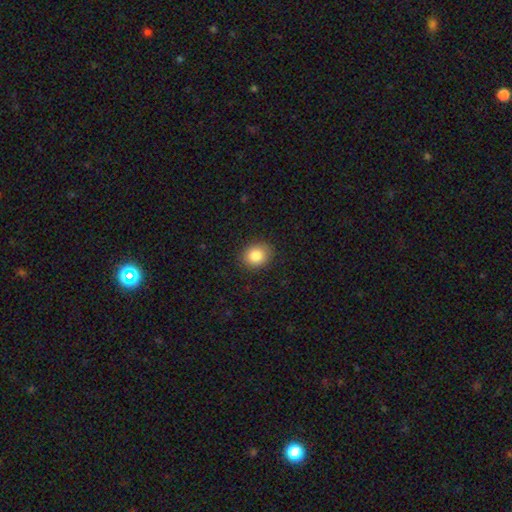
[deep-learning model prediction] A smooth galaxy with no disk features (84%) that is round (68%). Merging: none (88%).